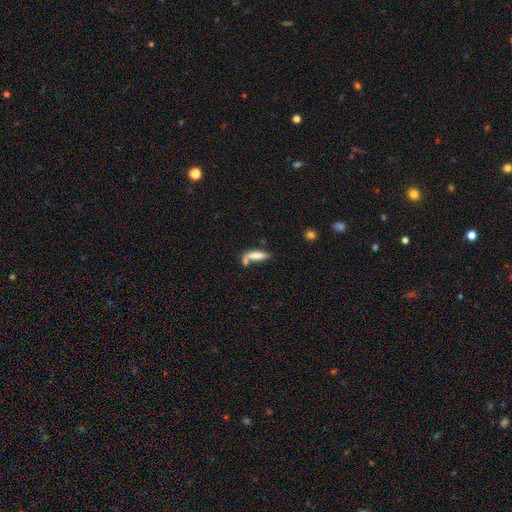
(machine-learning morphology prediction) Q: Smooth or featured?
A: smooth (74%); runner-up: featured or disk (18%)
Q: How rounded?
A: cigar-shaped (59%); runner-up: in between (39%)
Q: Merging?
A: none (40%); runner-up: merger (34%)